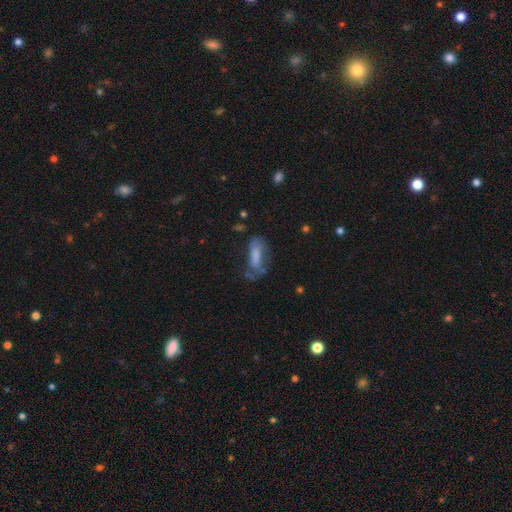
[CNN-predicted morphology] smooth-or-featured: smooth: 60% | featured or disk: 30% | star or artifact: 10%
  how-rounded: in between: 69% | cigar-shaped: 28% | round: 3%
  merging: none: 37% | major disturbance: 30% | minor disturbance: 28% | merger: 5%